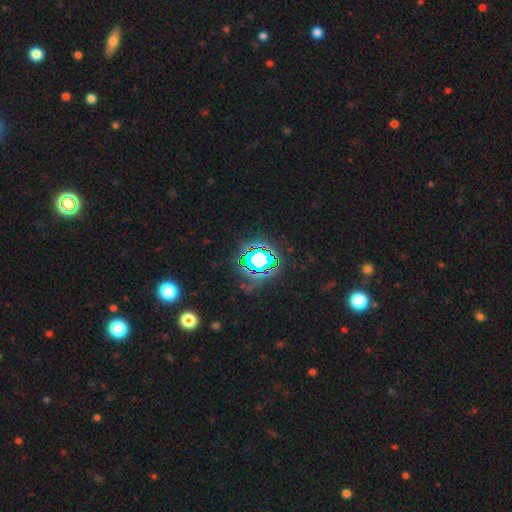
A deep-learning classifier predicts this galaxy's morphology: Overall: star or artifact (80%).